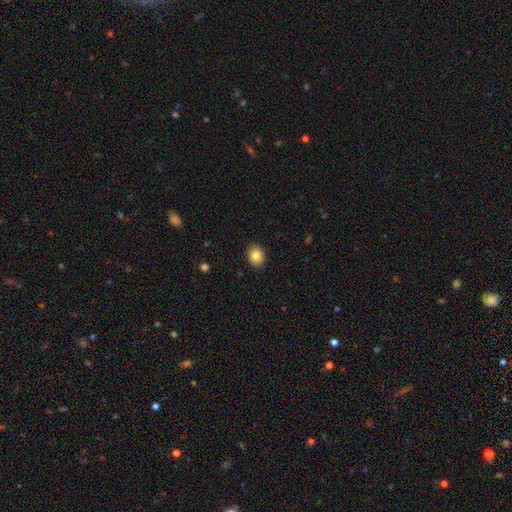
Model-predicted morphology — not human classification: This is clearly a smooth galaxy (85%). How rounded: possibly in between (54%). Merging: clearly none (89%).